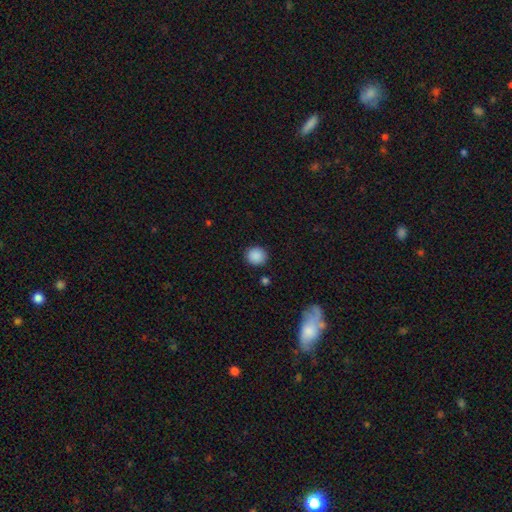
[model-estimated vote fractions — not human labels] A smooth galaxy with no disk features (89%) that is round (87%). Merging: none (88%).